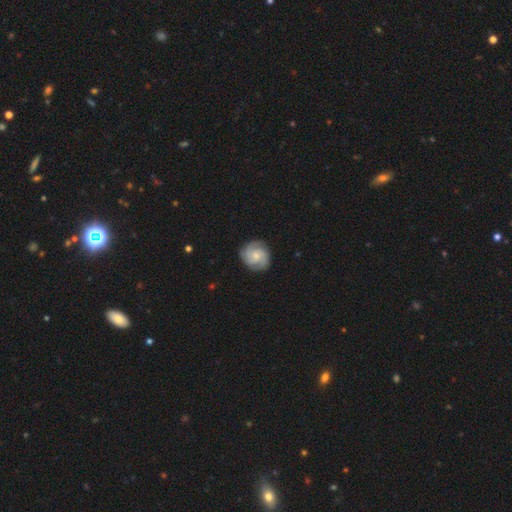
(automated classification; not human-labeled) Overall: featured or disk (77%). Edge-on disk: no (98%). Bar: no (69%). Spiral arms: yes (97%). Spiral arm count: 2 (39%; 3 36%). Spiral winding: tight (60%; medium 33%). Bulge size: small (58%; moderate 34%). Merging: none (84%).